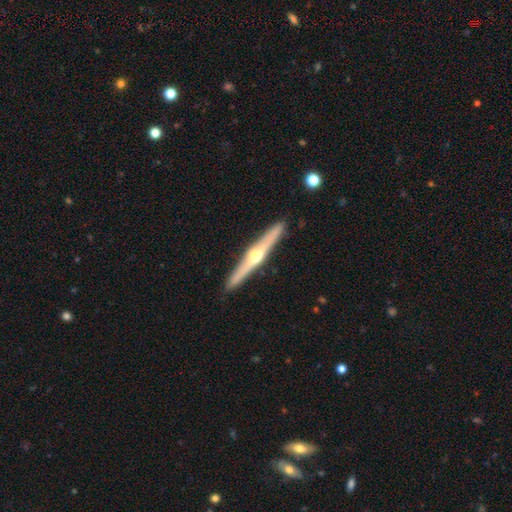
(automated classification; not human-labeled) Overall: featured or disk (76%). Edge-on disk: yes (98%). Edge-on bulge: rounded (94%). Merging: none (92%).